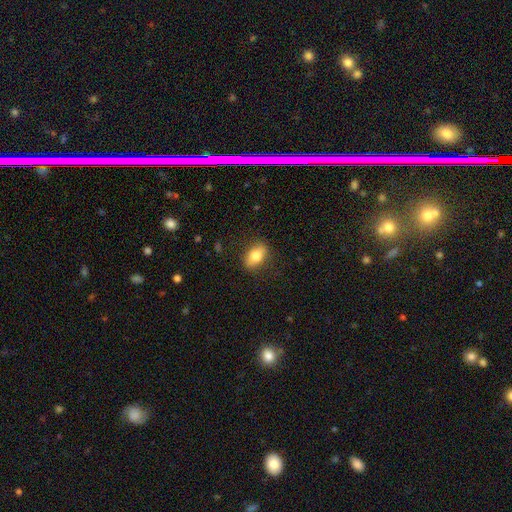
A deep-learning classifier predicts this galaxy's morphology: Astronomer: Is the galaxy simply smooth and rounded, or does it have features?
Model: smooth — 80%.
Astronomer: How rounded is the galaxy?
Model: in between — 85%.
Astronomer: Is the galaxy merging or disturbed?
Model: none — 84%.